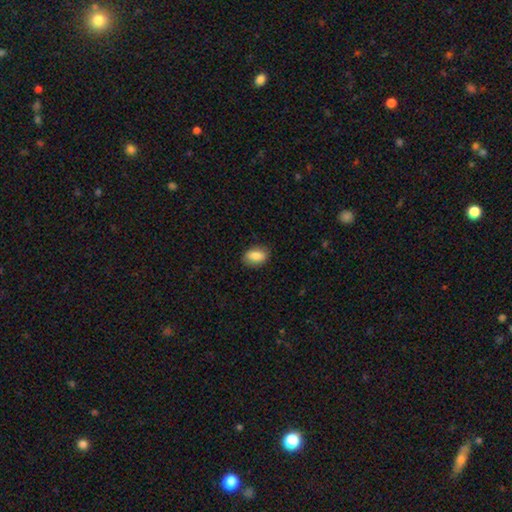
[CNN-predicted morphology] A smooth galaxy with no disk features (83%) that is in between round and cigar-shaped (87%). Merging: none (83%).